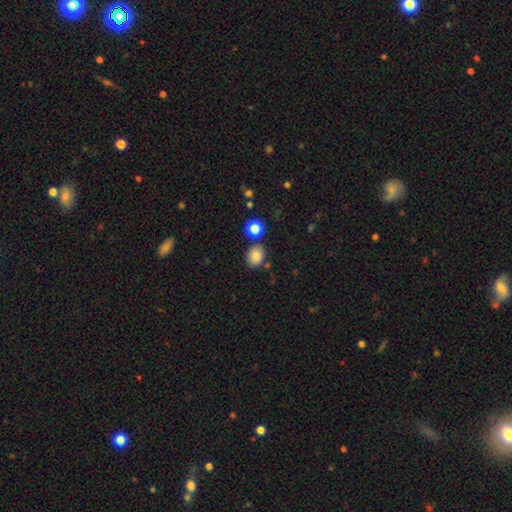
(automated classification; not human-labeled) Smooth or featured?
  - smooth: 83% *
  - star or artifact: 11%
  - featured or disk: 6%
How rounded?
  - round: 50% *
  - in between: 49%
  - cigar-shaped: 1%
Merging?
  - none: 75% *
  - minor disturbance: 13%
  - merger: 9%
  - major disturbance: 3%